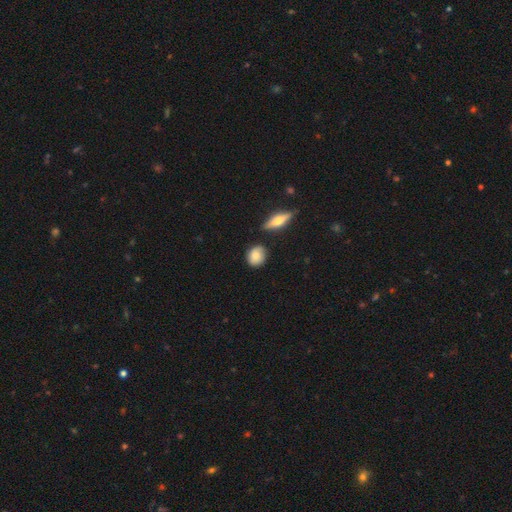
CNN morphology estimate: Overall: smooth (78%). How rounded: round (70%). Merging: none (75%).